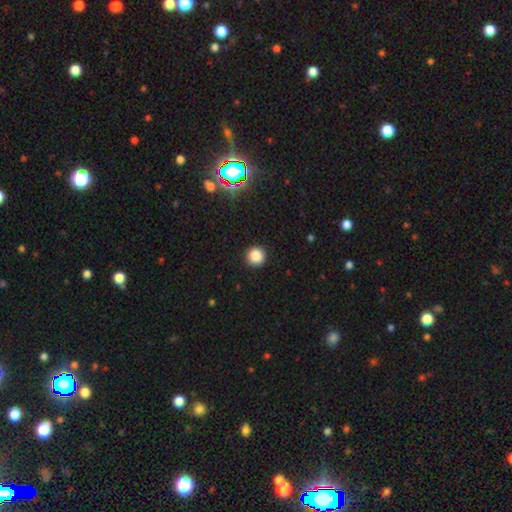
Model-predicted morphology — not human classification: Overall: smooth (85%). How rounded: round (94%). Merging: none (92%).